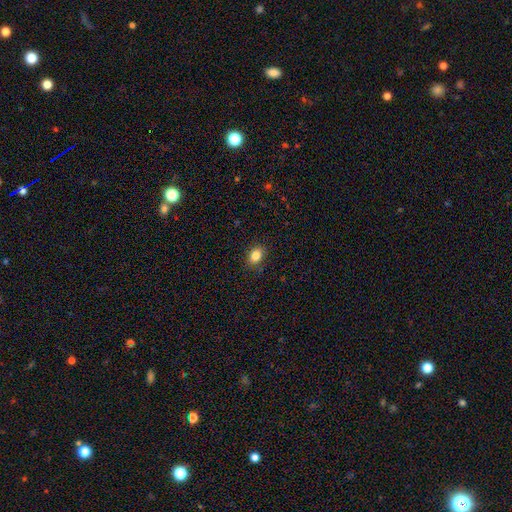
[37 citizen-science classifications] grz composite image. It shows a smooth galaxy with no disk features (89%) that is round (55%). Merging: none (86%).